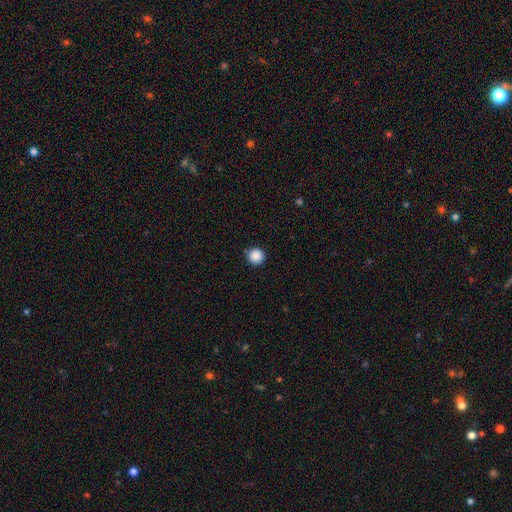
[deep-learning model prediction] This appears to be a smooth galaxy with no disk features (88%) that is round (95%). Merging: none (89%).